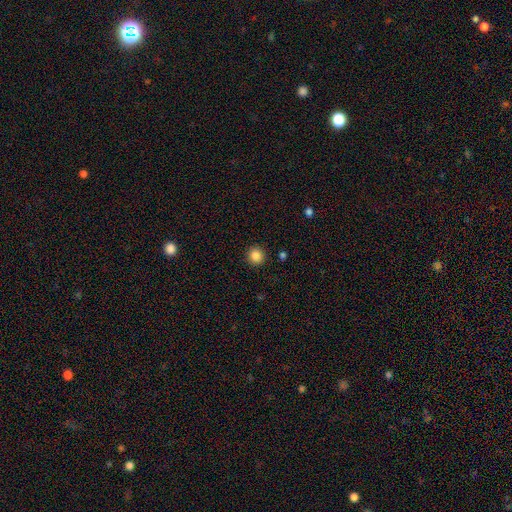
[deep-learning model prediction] The model was most divided on "smooth or featured": smooth: 86%, star or artifact: 10%, featured or disk: 4%. More confident: how rounded — round (93%); merging — none (92%).